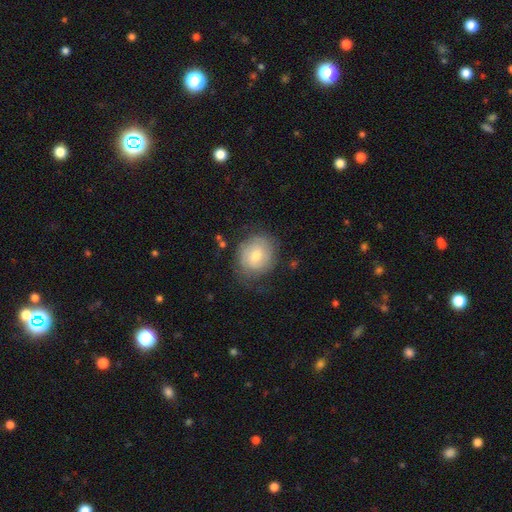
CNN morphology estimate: type=featured or disk (60%); edge-on=no (97%); bar=no (57%); spiral arms=yes (86%); winding=tight (67%); arm count=2 (40%); bulge=moderate (50%); merging=none (69%).